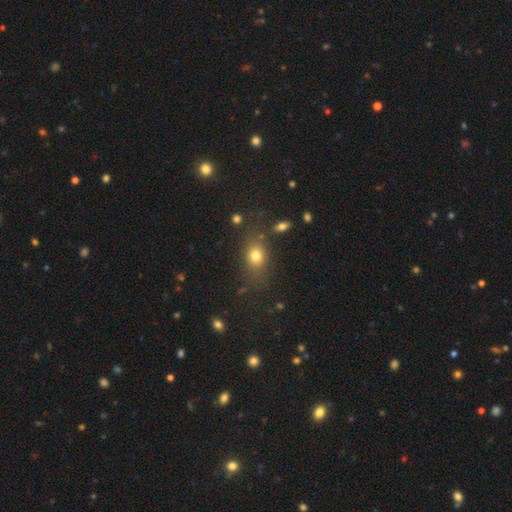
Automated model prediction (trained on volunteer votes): Smooth or featured: smooth — 76% (star or artifact — 14%)
How rounded: in between — 61% (round — 37%)
Merging: none — 74% (minor disturbance — 15%)